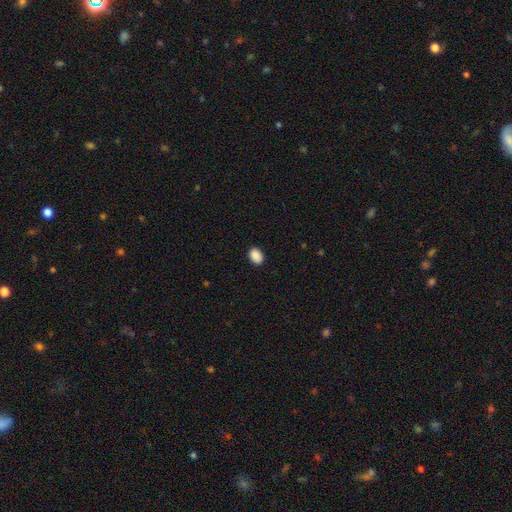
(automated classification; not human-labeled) smooth_or_featured: smooth (p=0.90) [alt: star or artifact p=0.07]
how_rounded: in between (p=0.79) [alt: round p=0.20]
merging: none (p=0.89) [alt: minor disturbance p=0.08]